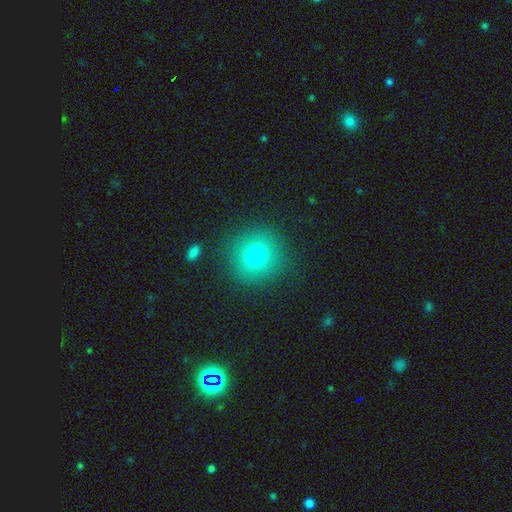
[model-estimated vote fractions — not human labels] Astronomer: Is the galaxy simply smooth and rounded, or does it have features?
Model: smooth — 76%.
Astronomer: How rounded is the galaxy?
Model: round — 91%.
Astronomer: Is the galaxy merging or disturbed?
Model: none — 88%.